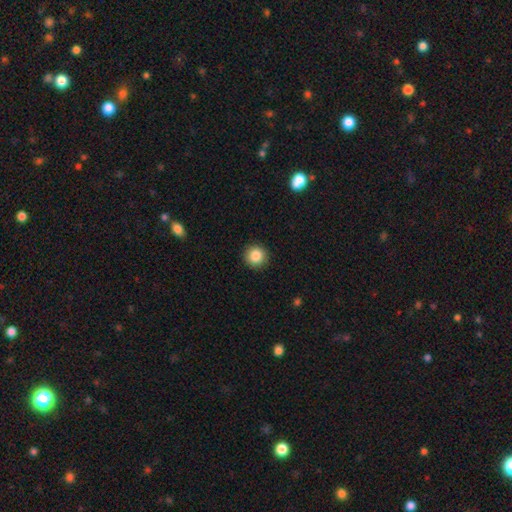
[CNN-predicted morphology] This appears to be a smooth galaxy with no disk features (86%) that is round (94%). Merging: none (92%).